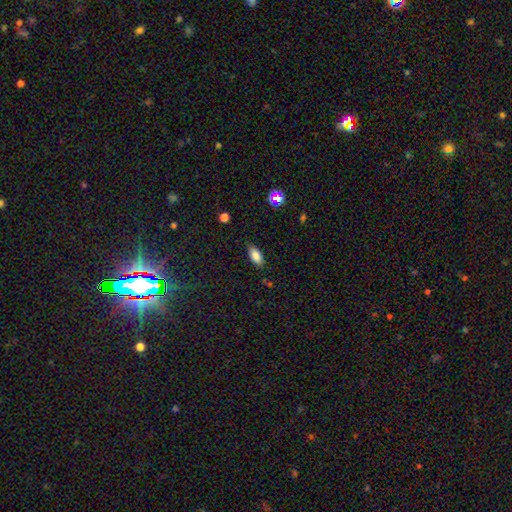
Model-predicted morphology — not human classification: A smooth galaxy with no disk features (82%) that is in between round and cigar-shaped (88%).

Vote fractions:
- Smooth or featured? smooth: 82% / featured or disk: 9% / star or artifact: 9%
- How rounded? in between: 88% / cigar-shaped: 9% / round: 3%
- Merging? none: 82% / minor disturbance: 14% / major disturbance: 3% / merger: 1%